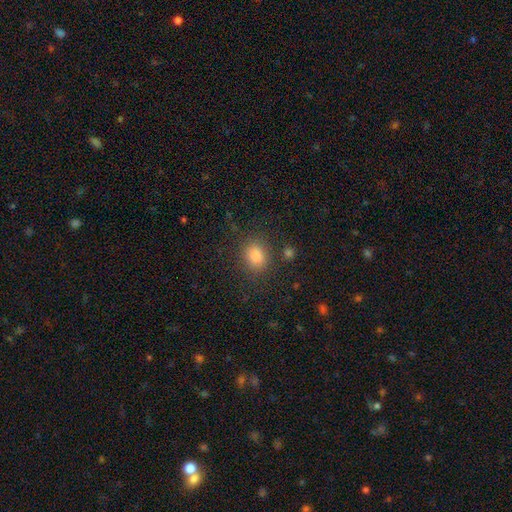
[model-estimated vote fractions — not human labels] Smooth or featured: smooth — 83% (star or artifact — 11%)
How rounded: round — 59% (in between — 40%)
Merging: none — 81% (minor disturbance — 11%)